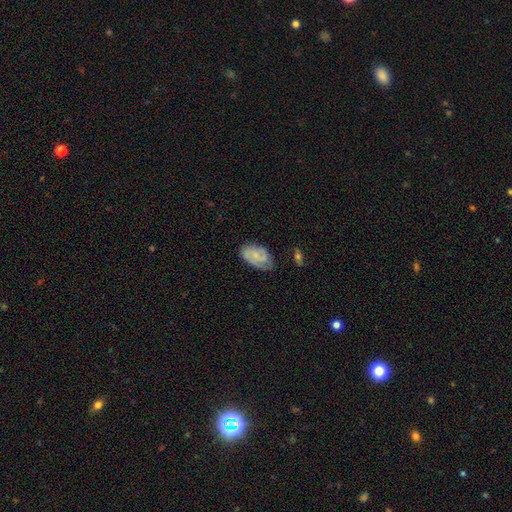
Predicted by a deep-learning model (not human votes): Smooth or featured? Predicted: smooth (p=0.50). Merging? Predicted: none (p=0.66).